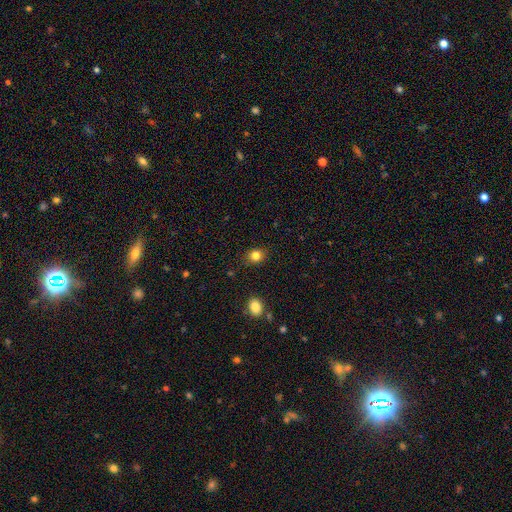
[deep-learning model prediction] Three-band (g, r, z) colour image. It shows a smooth galaxy with no disk features (83%) that is round (62%). Merging: none (86%).